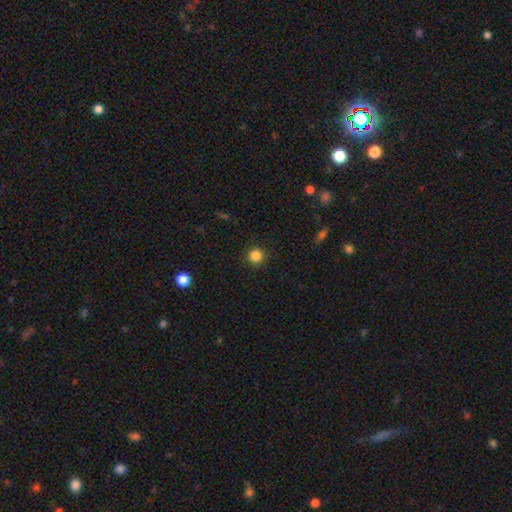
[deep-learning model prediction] Smooth or featured? smooth (85%)
How rounded? round (95%)
Merging? none (91%)